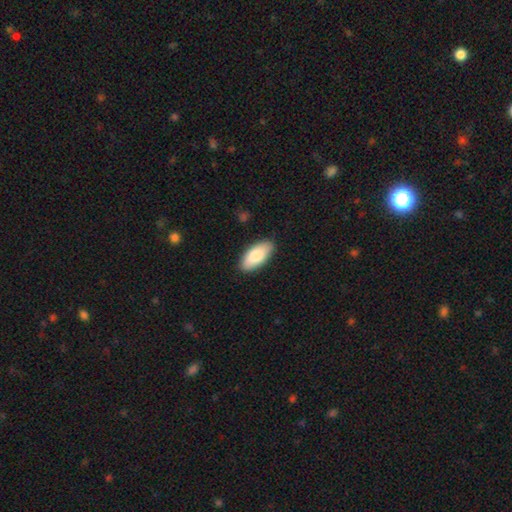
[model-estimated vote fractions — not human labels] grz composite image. It shows a smooth galaxy with no disk features (82%) that is in between round and cigar-shaped (90%). Merging: none (87%).